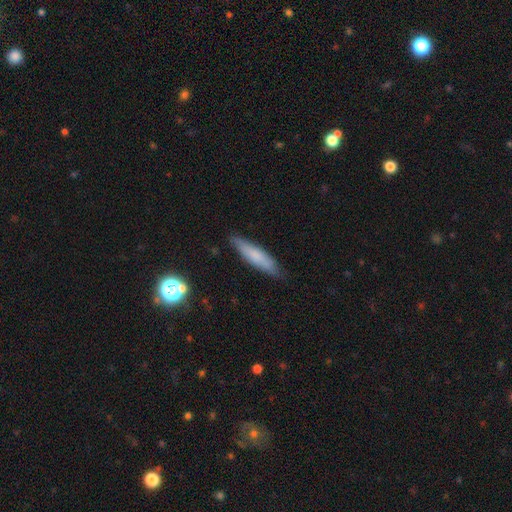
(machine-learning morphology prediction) Overall: smooth (69%). How rounded: cigar-shaped (78%). Merging: none (83%).